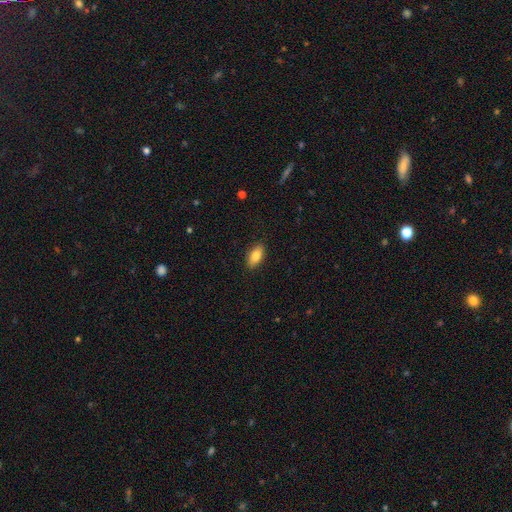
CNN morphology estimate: Q: Smooth or featured?
A: smooth (84%); runner-up: featured or disk (9%)
Q: How rounded?
A: in between (89%); runner-up: cigar-shaped (8%)
Q: Merging?
A: none (88%); runner-up: minor disturbance (9%)